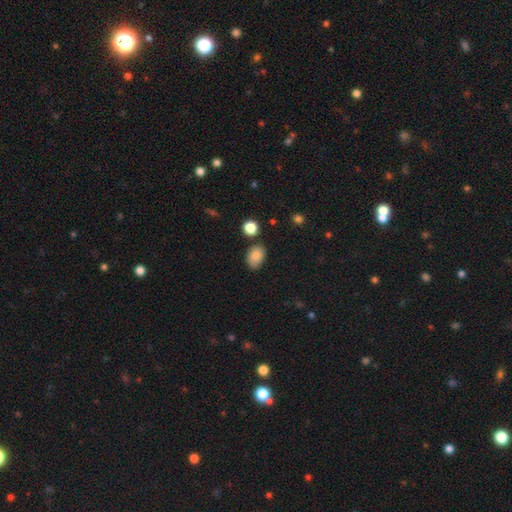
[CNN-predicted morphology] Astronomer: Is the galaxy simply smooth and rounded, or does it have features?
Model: smooth — 82%.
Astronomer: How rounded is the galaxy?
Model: in between — 78%.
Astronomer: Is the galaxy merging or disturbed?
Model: none — 73%.